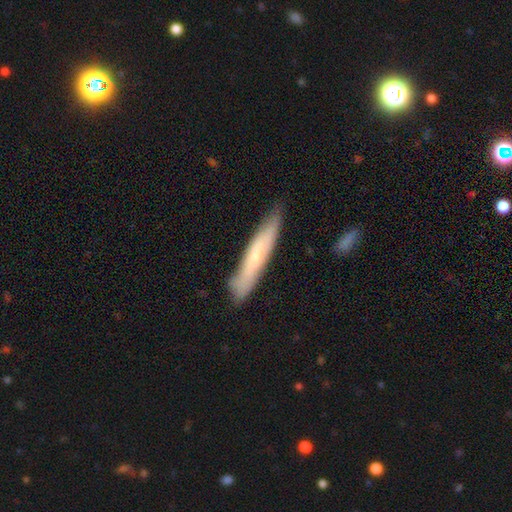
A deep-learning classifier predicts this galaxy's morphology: Smooth or featured? Predicted: smooth (p=0.55). How rounded? Predicted: cigar-shaped (p=0.91). Merging? Predicted: none (p=0.77).